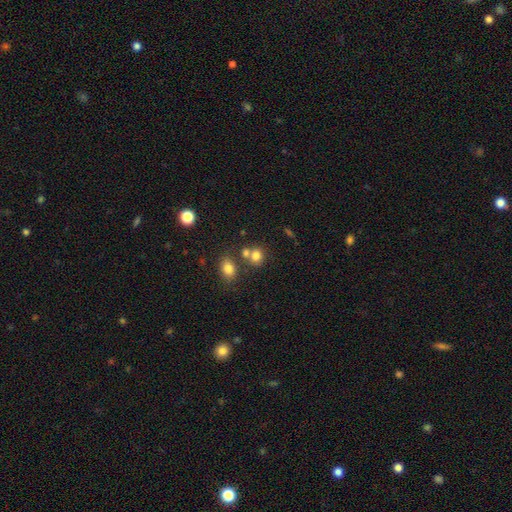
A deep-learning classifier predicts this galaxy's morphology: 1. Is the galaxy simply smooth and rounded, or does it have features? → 78% smooth, 13% star or artifact, 9% featured or disk.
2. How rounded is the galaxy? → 66% round, 33% in between, 1% cigar-shaped.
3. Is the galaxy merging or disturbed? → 53% none, 32% merger, 11% minor disturbance, 4% major disturbance.